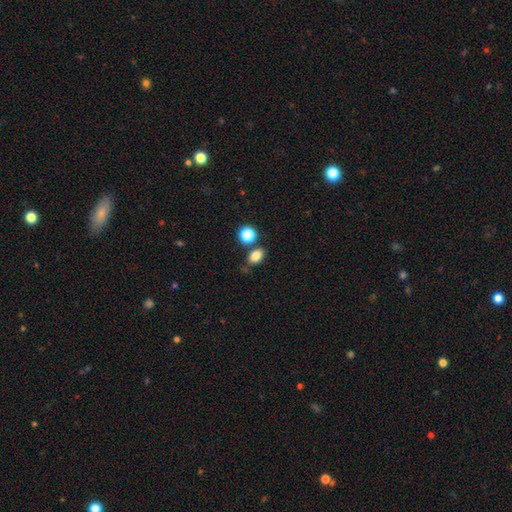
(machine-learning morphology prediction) Overall: smooth (83%). How rounded: in between (74%). Merging: none (73%).